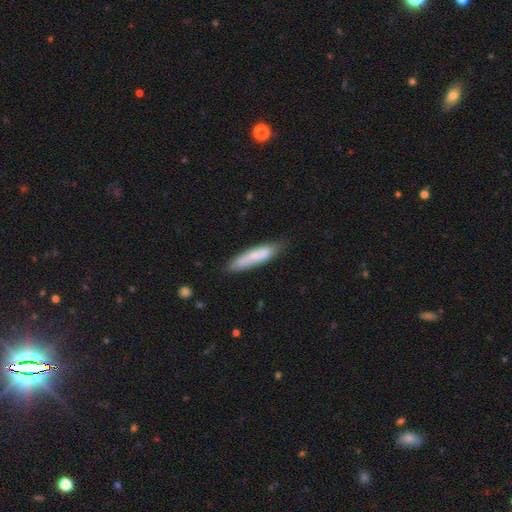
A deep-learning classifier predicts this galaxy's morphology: The model was most divided on "smooth or featured": smooth: 69%, featured or disk: 25%, star or artifact: 6%. More confident: how rounded — cigar-shaped (78%); merging — none (75%).